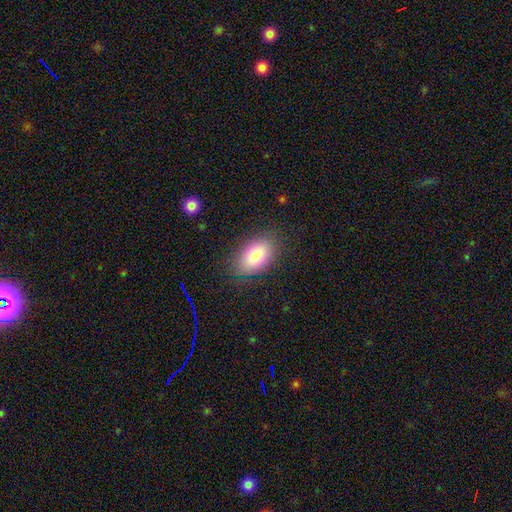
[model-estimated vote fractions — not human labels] Smooth or featured?
  - smooth: 80% *
  - featured or disk: 12%
  - star or artifact: 8%
How rounded?
  - in between: 90% *
  - round: 8%
  - cigar-shaped: 2%
Merging?
  - none: 83% *
  - minor disturbance: 11%
  - major disturbance: 4%
  - merger: 1%